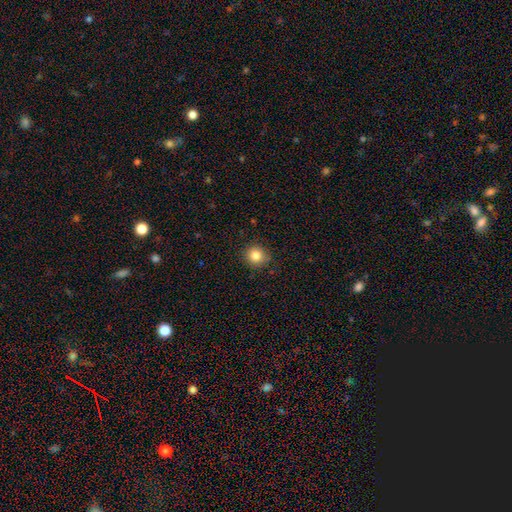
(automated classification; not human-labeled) This appears to be a smooth galaxy with no disk features (84%) that is round (90%). Merging: none (88%).